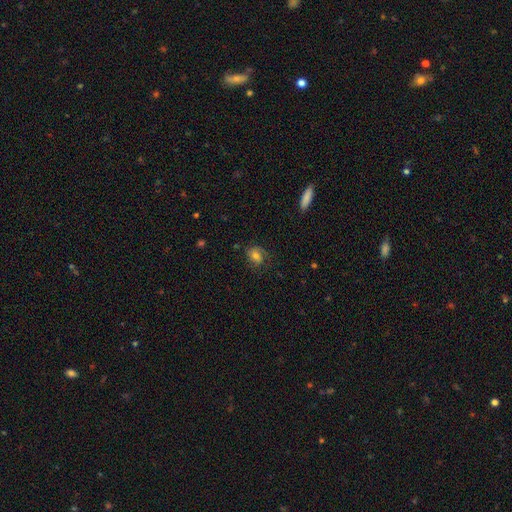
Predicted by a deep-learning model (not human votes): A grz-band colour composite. It shows a smooth galaxy with no disk features (54%) that is round (53%). Merging: none (65%).